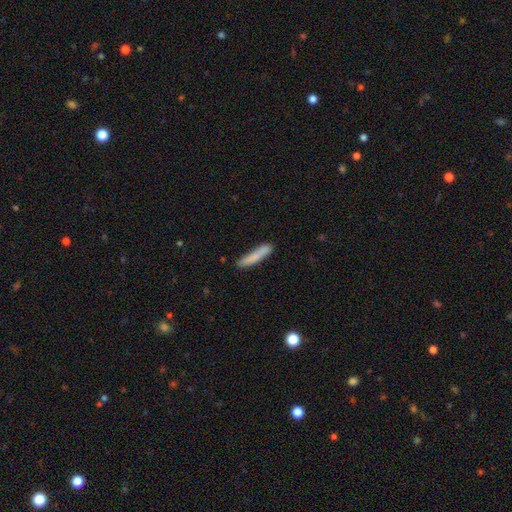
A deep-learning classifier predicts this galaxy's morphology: This is likely a smooth galaxy (80%). How rounded: clearly cigar-shaped (91%). Merging: likely none (79%).